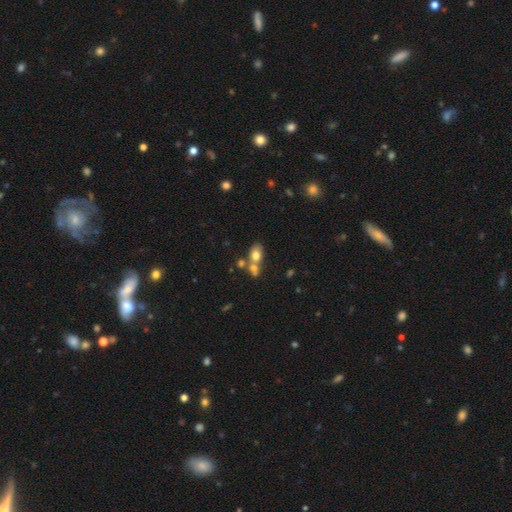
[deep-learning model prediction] This is likely a smooth galaxy (71%). How rounded: likely in between (73%). Merging: possibly merger (53%).